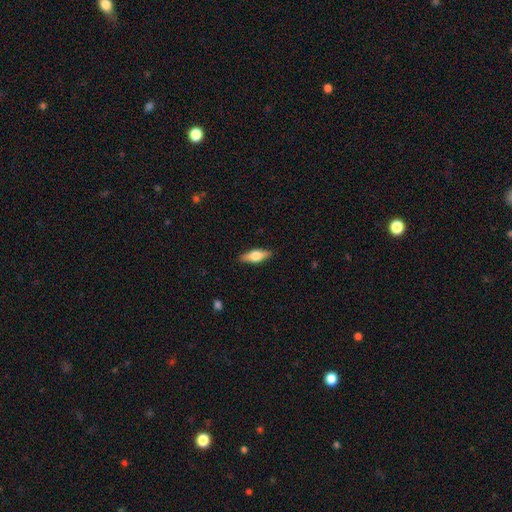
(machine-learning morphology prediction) type=smooth (57%); roundness=in between (62%); merging=none (88%).